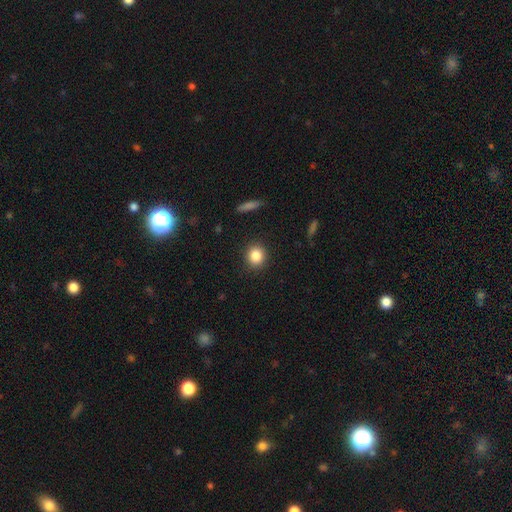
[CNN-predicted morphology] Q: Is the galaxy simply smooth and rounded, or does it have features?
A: smooth — 85%.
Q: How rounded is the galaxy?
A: round — 83%.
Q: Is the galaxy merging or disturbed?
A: none — 90%.